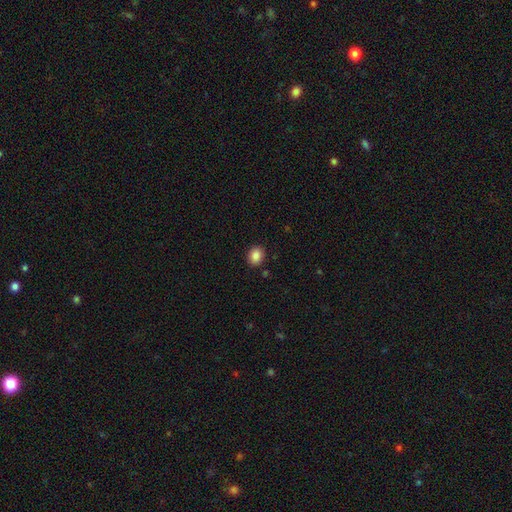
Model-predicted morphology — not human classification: The model was most divided on "how rounded": round: 55%, in between: 44%, cigar-shaped: 1%. More confident: merging — none (89%); smooth or featured — smooth (86%).